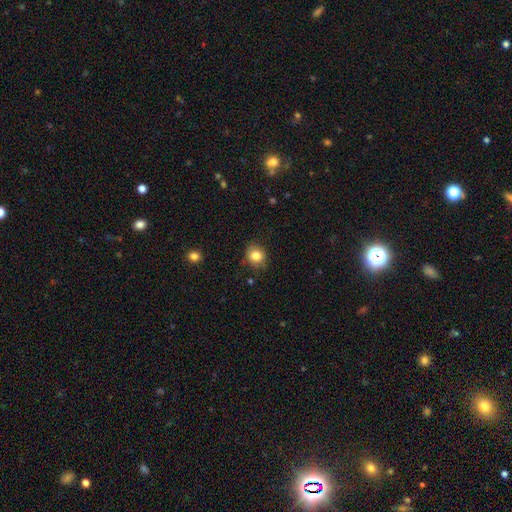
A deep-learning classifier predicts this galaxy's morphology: Smooth or featured?
  - smooth: 83% *
  - star or artifact: 10%
  - featured or disk: 7%
How rounded?
  - round: 77% *
  - in between: 22%
  - cigar-shaped: 1%
Merging?
  - none: 82% *
  - minor disturbance: 14%
  - major disturbance: 3%
  - merger: 1%